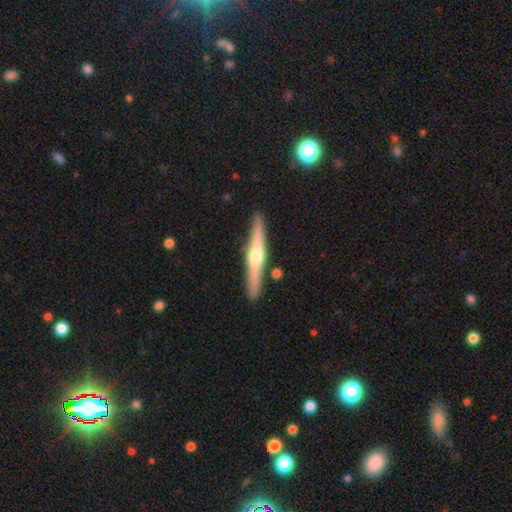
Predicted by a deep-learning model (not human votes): The model was most divided on "smooth or featured": featured or disk: 70%, smooth: 25%, star or artifact: 5%. More confident: edge-on disk — yes (97%); edge-on bulge — rounded (91%); merging — none (89%).